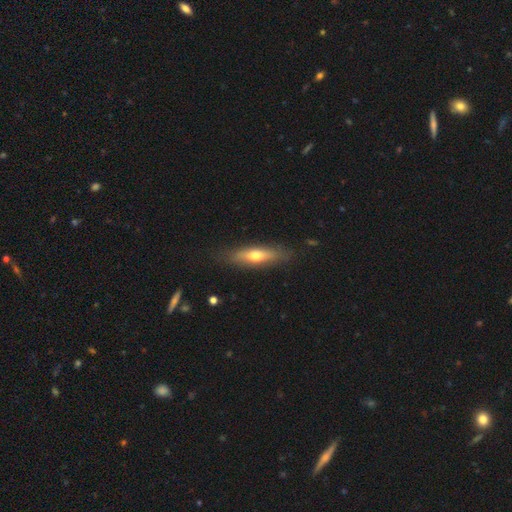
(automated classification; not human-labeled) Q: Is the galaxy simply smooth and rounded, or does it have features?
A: smooth — 55%.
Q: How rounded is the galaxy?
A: cigar-shaped — 64%.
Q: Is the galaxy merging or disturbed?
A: none — 83%.